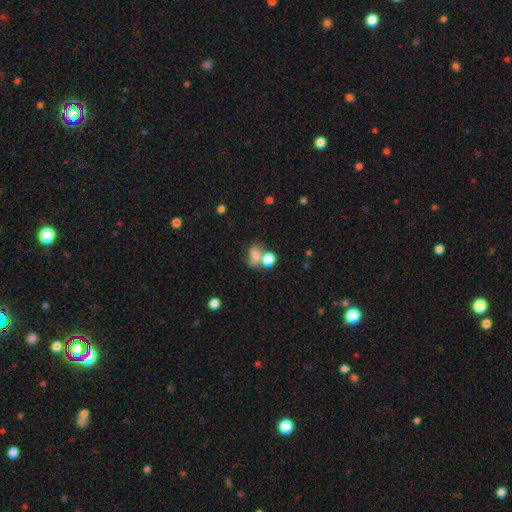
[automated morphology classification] smooth-or-featured: smooth: 63% | featured or disk: 22% | star or artifact: 15%
  how-rounded: in between: 52% | round: 47% | cigar-shaped: 2%
  merging: merger: 44% | none: 30% | minor disturbance: 14% | major disturbance: 12%